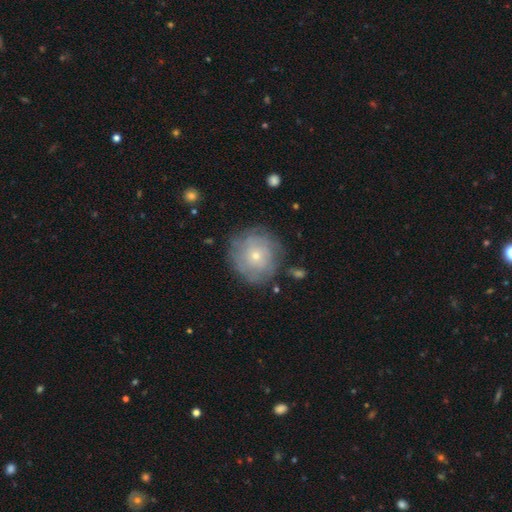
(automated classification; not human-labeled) Smooth or featured: featured or disk — 50% (smooth — 41%)
Merging: none — 76% (minor disturbance — 15%)